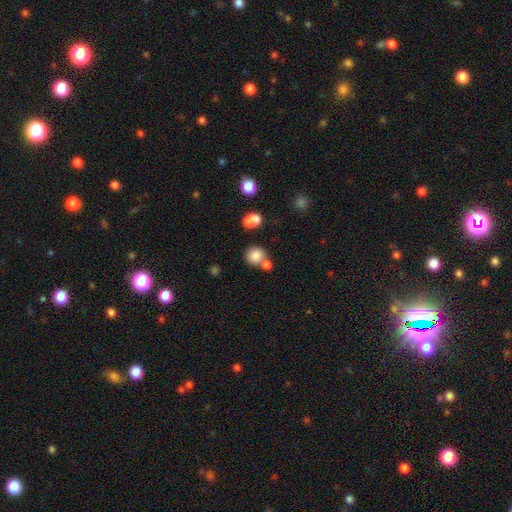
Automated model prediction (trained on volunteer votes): Q: Smooth or featured?
A: smooth (82%); runner-up: star or artifact (10%)
Q: How rounded?
A: round (83%); runner-up: in between (16%)
Q: Merging?
A: none (53%); runner-up: merger (33%)